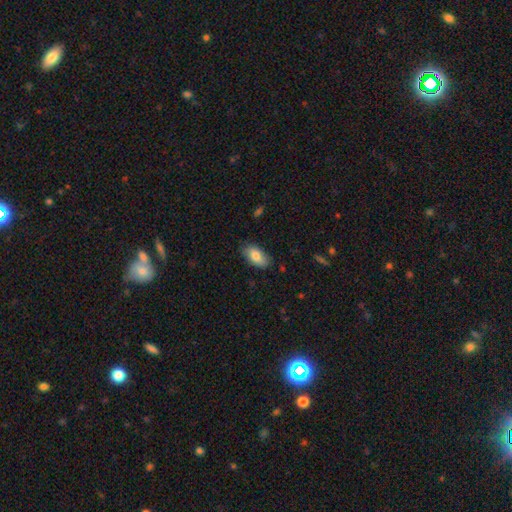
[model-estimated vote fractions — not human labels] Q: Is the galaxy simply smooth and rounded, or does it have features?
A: smooth — 82%.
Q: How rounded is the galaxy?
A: in between — 94%.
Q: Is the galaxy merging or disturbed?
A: none — 80%.